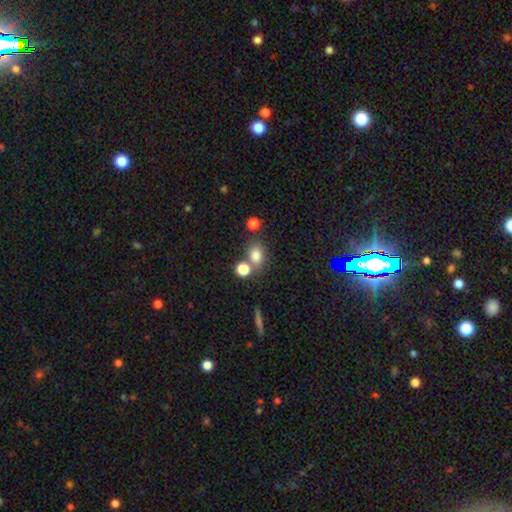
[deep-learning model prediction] Morphology: type=smooth (79%); roundness=in between (55%); merging=none (63%).